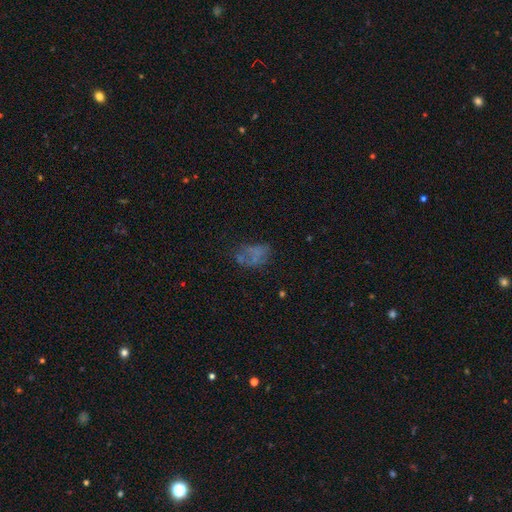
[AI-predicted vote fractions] Q: Smooth or featured?
A: featured or disk (41%); runner-up: smooth (39%)
Q: Merging?
A: none (46%); runner-up: major disturbance (24%)